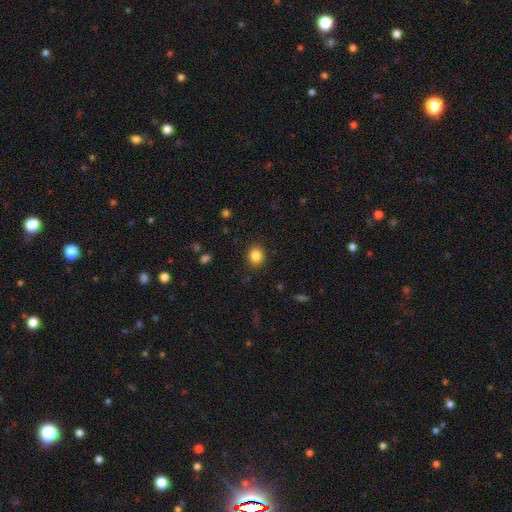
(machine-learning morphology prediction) Smooth or featured? Predicted: smooth (p=0.85). How rounded? Predicted: round (p=0.56). Merging? Predicted: none (p=0.87).